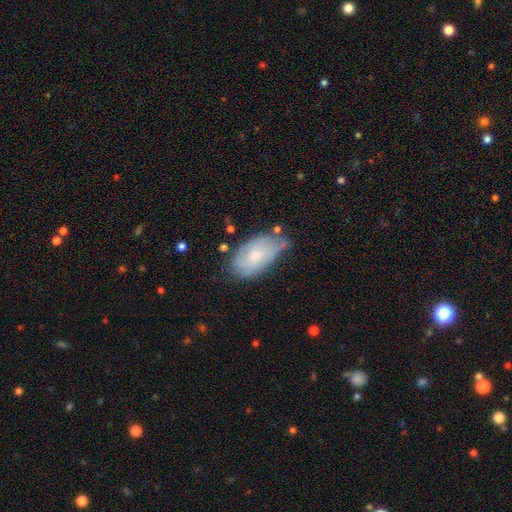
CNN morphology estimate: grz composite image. It shows a smooth galaxy with no disk features (50%). Merging: none (45%).